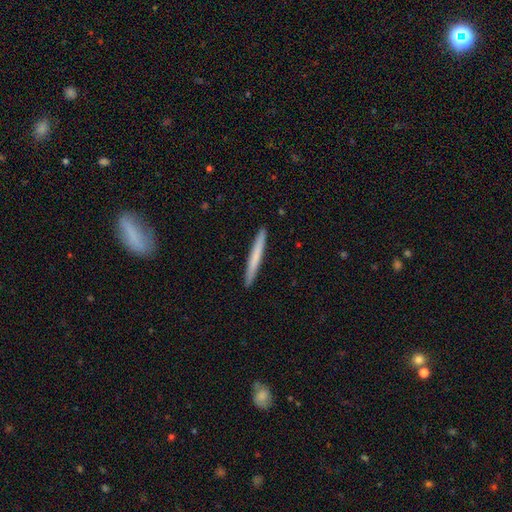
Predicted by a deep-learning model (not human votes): Smooth or featured? Predicted: smooth (p=0.66). How rounded? Predicted: cigar-shaped (p=0.97). Merging? Predicted: none (p=0.93).